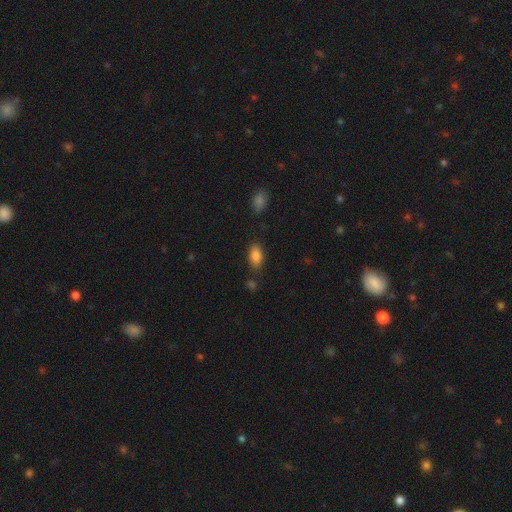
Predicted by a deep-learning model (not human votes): Smooth or featured? smooth (85%)
How rounded? in between (91%)
Merging? none (77%)